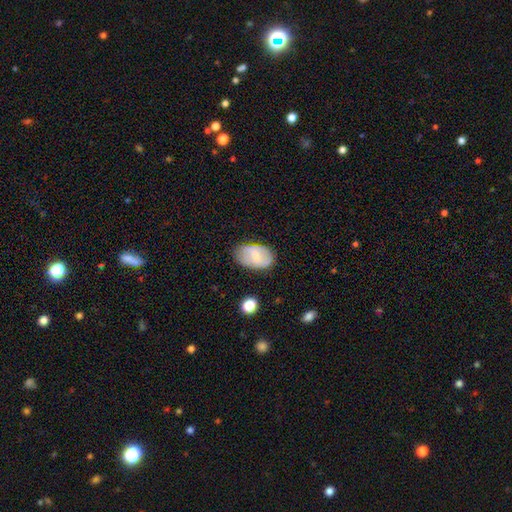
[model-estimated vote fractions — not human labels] smooth 60%, featured or disk 33%, star or artifact 8%. Down the decision tree: how rounded — in between (89%); merging — none (69%).